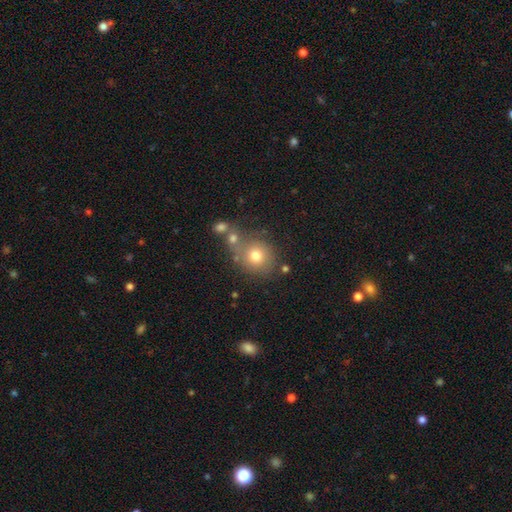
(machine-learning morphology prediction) Smooth or featured?
  - smooth: 73% *
  - featured or disk: 14%
  - star or artifact: 13%
How rounded?
  - round: 80% *
  - in between: 19%
  - cigar-shaped: 1%
Merging?
  - none: 59% *
  - merger: 22%
  - minor disturbance: 13%
  - major disturbance: 6%